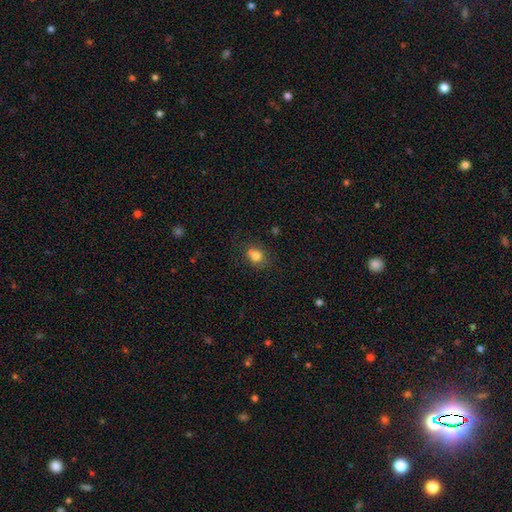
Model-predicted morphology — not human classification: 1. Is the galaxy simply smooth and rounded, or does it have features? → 77% smooth, 12% star or artifact, 11% featured or disk.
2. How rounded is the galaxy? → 67% round, 32% in between, 1% cigar-shaped.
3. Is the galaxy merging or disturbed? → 53% none, 26% merger, 16% minor disturbance, 5% major disturbance.